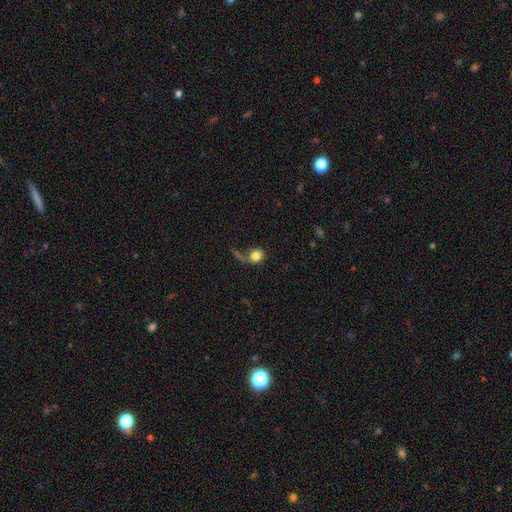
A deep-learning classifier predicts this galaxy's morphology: A smooth galaxy with no disk features (76%) that is round (72%).

Vote fractions:
- Smooth or featured? smooth: 76% / featured or disk: 13% / star or artifact: 10%
- How rounded? round: 72% / in between: 27% / cigar-shaped: 2%
- Merging? none: 41% / major disturbance: 30% / minor disturbance: 17% / merger: 13%